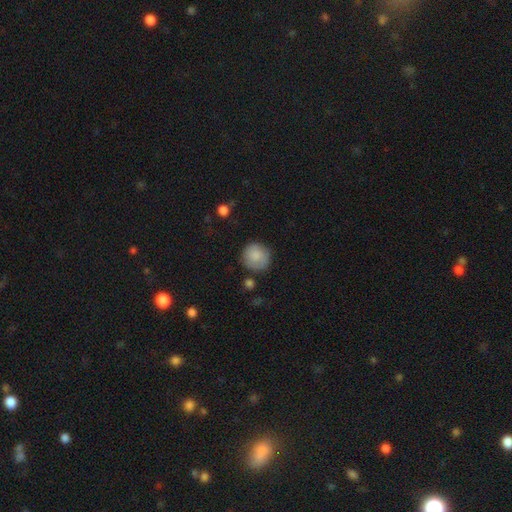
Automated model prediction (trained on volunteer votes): The model was most divided on "merging": none: 79%, minor disturbance: 14%, major disturbance: 3%, merger: 3%. More confident: how rounded — round (93%); smooth or featured — smooth (83%).